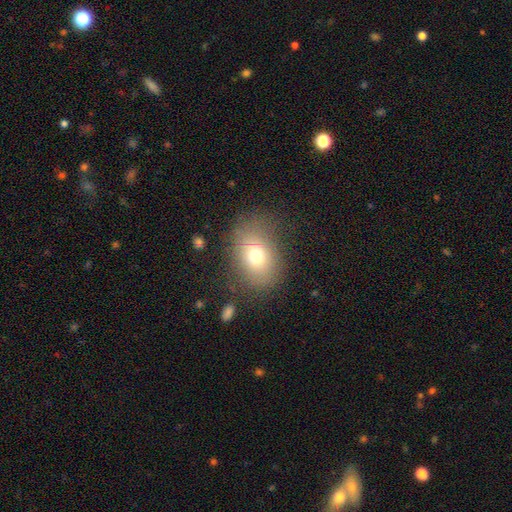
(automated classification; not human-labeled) A smooth galaxy with no disk features (71%) that is in between round and cigar-shaped (66%). Merging: none (72%).